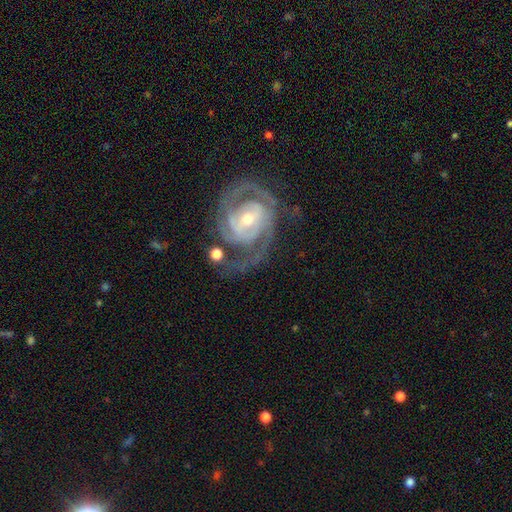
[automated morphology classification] smooth_or_featured: featured or disk (p=0.89) [alt: star or artifact p=0.06]
disk_edge_on: no (p=0.97) [alt: yes p=0.03]
bar: no (p=0.42) [alt: weak p=0.36]
has_spiral_arms: yes (p=0.96) [alt: no p=0.04]
spiral_winding: tight (p=0.61) [alt: medium p=0.32]
spiral_arm_count: 2 (p=0.67) [alt: 3 p=0.12]
bulge_size: small (p=0.53) [alt: moderate p=0.42]
merging: none (p=0.65) [alt: minor disturbance p=0.17]